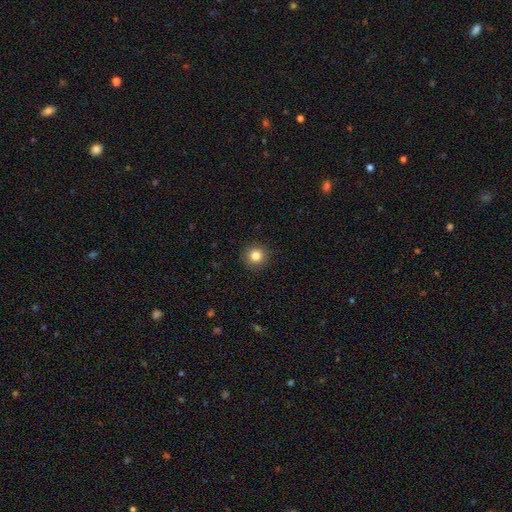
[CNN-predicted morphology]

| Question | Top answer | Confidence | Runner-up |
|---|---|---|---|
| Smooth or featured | smooth | 83% | star or artifact (11%) |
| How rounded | round | 95% | in between (4%) |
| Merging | none | 92% | minor disturbance (5%) |